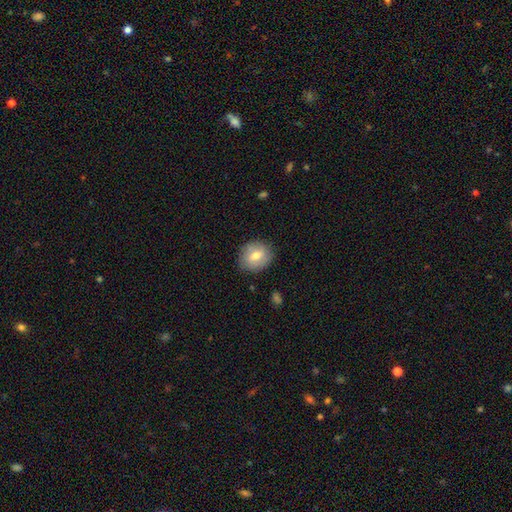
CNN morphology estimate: This is likely a smooth galaxy (65%). How rounded: likely round (66%). Merging: clearly none (83%).